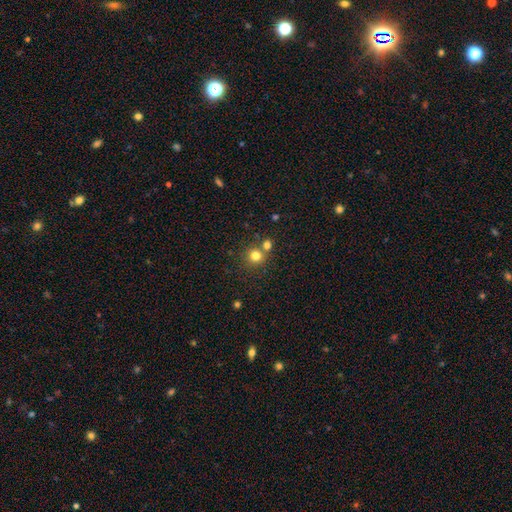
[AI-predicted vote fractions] This appears to be a smooth galaxy with no disk features (79%) that is round (92%). Merging: none (65%).